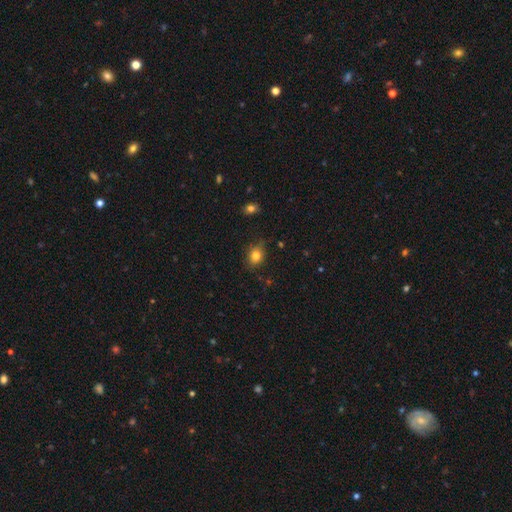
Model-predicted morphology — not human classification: This appears to be a smooth galaxy with no disk features (81%) that is round (59%). Merging: none (77%).